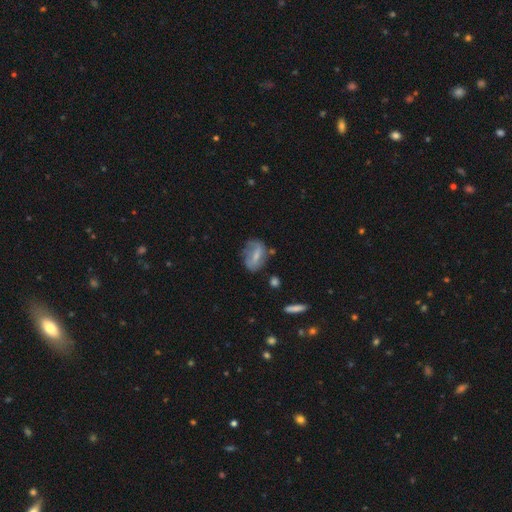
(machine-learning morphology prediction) Smooth or featured: featured or disk — 50% (smooth — 42%)
Merging: none — 51% (minor disturbance — 28%)